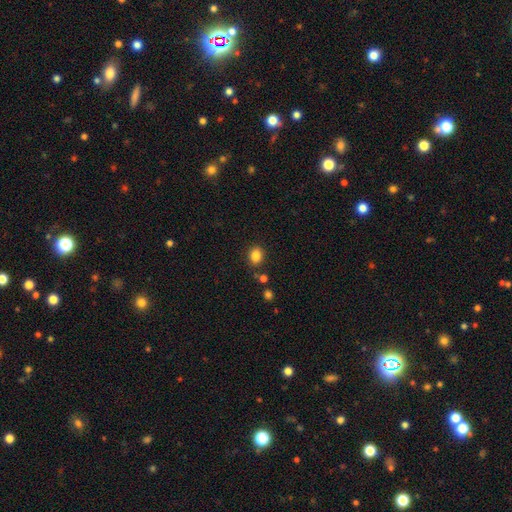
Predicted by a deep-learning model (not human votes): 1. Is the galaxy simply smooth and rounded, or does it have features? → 84% smooth, 11% star or artifact, 5% featured or disk.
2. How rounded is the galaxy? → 52% round, 47% in between, 1% cigar-shaped.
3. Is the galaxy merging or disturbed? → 81% none, 10% minor disturbance, 5% merger, 3% major disturbance.